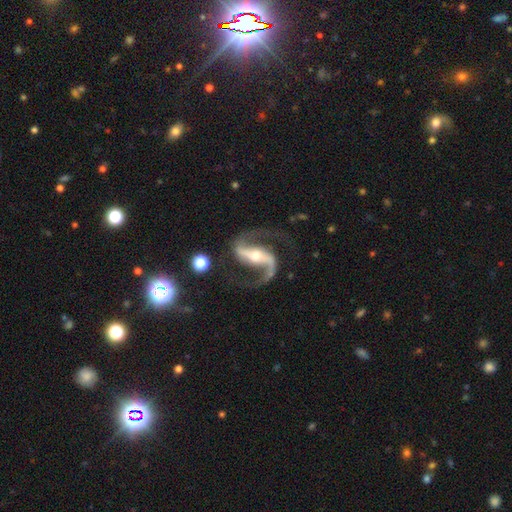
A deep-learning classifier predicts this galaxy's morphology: smooth-or-featured: featured or disk: 93% | star or artifact: 4% | smooth: 3%
  disk-edge-on: no: 97% | yes: 3%
    bar: strong: 61% | weak: 25% | no: 13%
    has-spiral-arms: yes: 98% | no: 2%
      spiral-winding: medium: 50% | loose: 41% | tight: 9%
      spiral-arm-count: 2: 94% | 1: 2% | can't tell: 1% | 3: 1% | 4: 1% | more than 4: 1%
    bulge-size: moderate: 56% | small: 36% | large: 5% | none: 1% | dominant: 1%
  merging: none: 77% | minor disturbance: 12% | major disturbance: 9% | merger: 2%